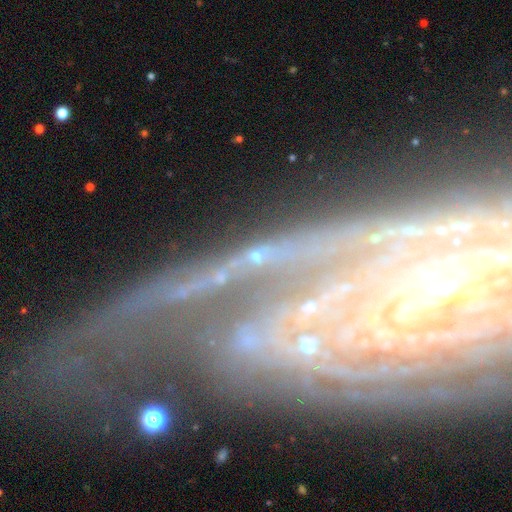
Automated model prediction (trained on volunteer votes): Q: Smooth or featured?
A: featured or disk (58%); runner-up: star or artifact (28%)
Q: Edge-on disk?
A: no (83%); runner-up: yes (17%)
Q: Merging?
A: none (54%); runner-up: major disturbance (19%)